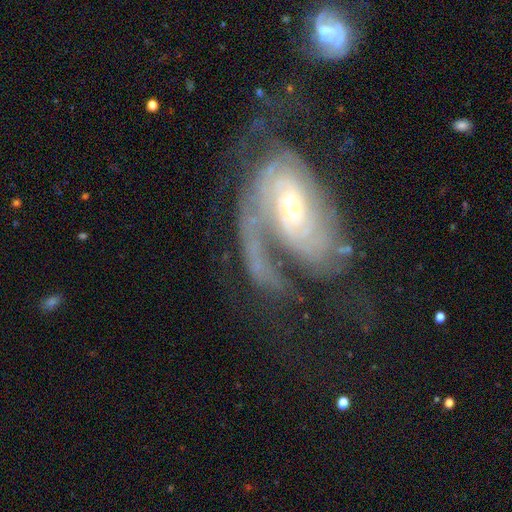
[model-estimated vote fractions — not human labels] A featured or disk galaxy (80%) with no bar (56%), tight (47%) spiral arms (85%) and a small central bulge (54%).

Vote fractions:
- Smooth or featured? featured or disk: 80% / smooth: 12% / star or artifact: 7%
- Edge-on disk? no: 95% / yes: 5%
- Bar? no: 56% / weak: 33% / strong: 11%
- Spiral arms? yes: 85% / no: 15%
- Spiral winding? tight: 47% / medium: 33% / loose: 19%
- Spiral arm count? can't tell: 34% / 1: 27% / 2: 25% / 3: 7% / 4: 4% / more than 4: 3%
- Bulge size? small: 54% / moderate: 41% / large: 3% / none: 1% / dominant: 1%
- Merging? major disturbance: 44% / none: 32% / minor disturbance: 16% / merger: 8%